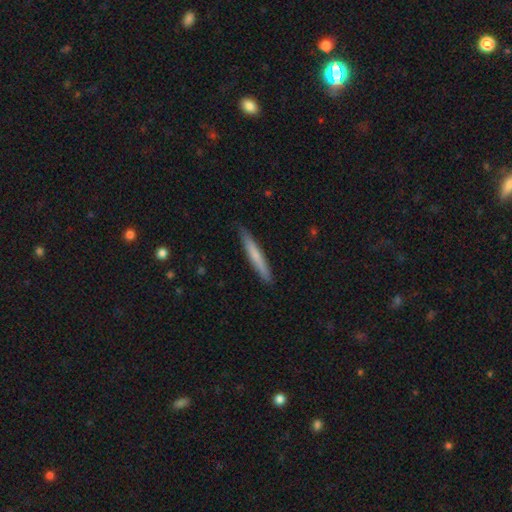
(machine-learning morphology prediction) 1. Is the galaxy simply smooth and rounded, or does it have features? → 68% smooth, 27% featured or disk, 5% star or artifact.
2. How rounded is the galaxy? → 96% cigar-shaped, 3% in between, 1% round.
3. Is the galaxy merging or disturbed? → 89% none, 9% minor disturbance, 1% major disturbance, 1% merger.